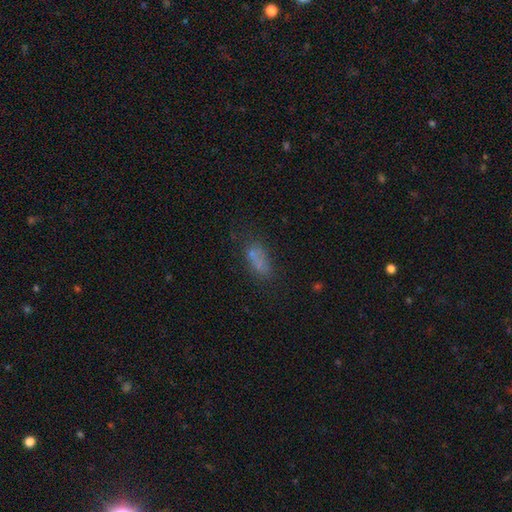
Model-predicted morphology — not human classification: The model was most divided on "merging": none: 49%, minor disturbance: 19%, merger: 18%, major disturbance: 14%. More confident: how rounded — in between (74%); smooth or featured — smooth (62%).